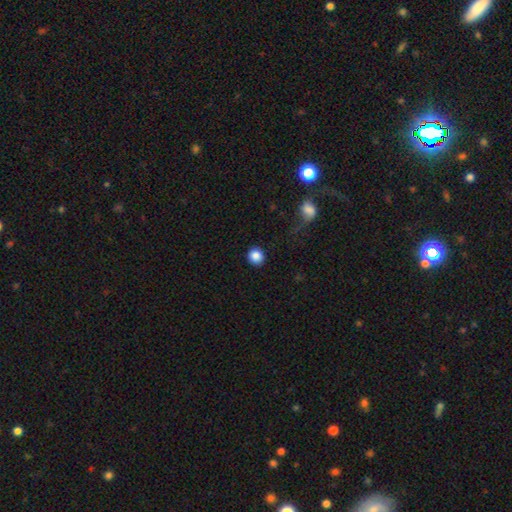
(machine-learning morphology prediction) Smooth or featured?
  - smooth: 87% *
  - star or artifact: 9%
  - featured or disk: 4%
How rounded?
  - round: 87% *
  - in between: 12%
  - cigar-shaped: 1%
Merging?
  - none: 90% *
  - minor disturbance: 6%
  - major disturbance: 3%
  - merger: 1%